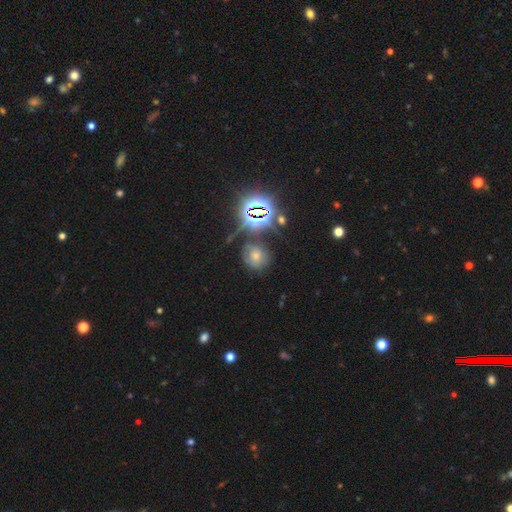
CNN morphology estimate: smooth_or_featured: star or artifact (p=0.50) [alt: smooth p=0.31]